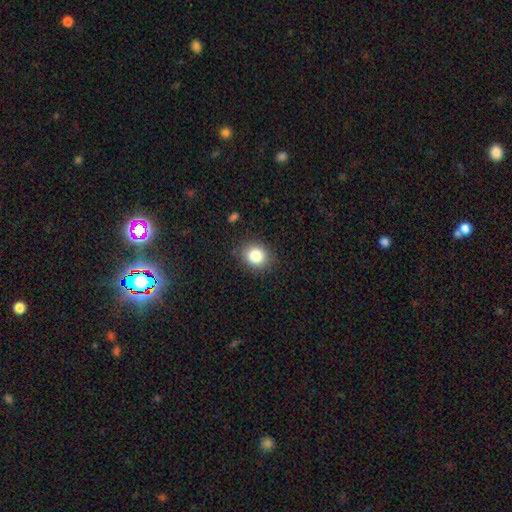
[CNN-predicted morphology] Smooth or featured?
  - smooth: 82% *
  - star or artifact: 11%
  - featured or disk: 7%
How rounded?
  - round: 71% *
  - in between: 28%
  - cigar-shaped: 1%
Merging?
  - none: 86% *
  - minor disturbance: 10%
  - major disturbance: 3%
  - merger: 1%